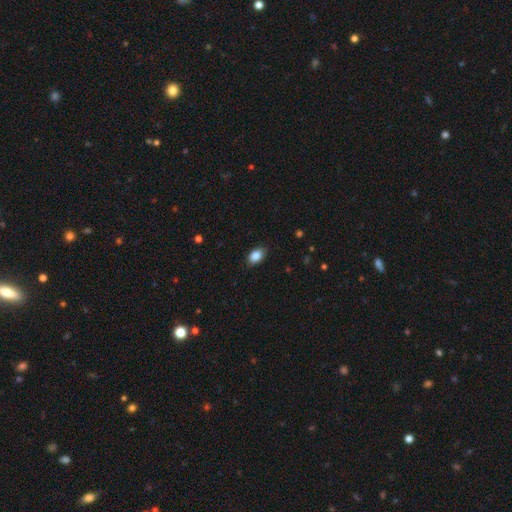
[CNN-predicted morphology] Q: Smooth or featured?
A: smooth (86%); runner-up: star or artifact (8%)
Q: How rounded?
A: in between (89%); runner-up: round (10%)
Q: Merging?
A: none (87%); runner-up: minor disturbance (10%)